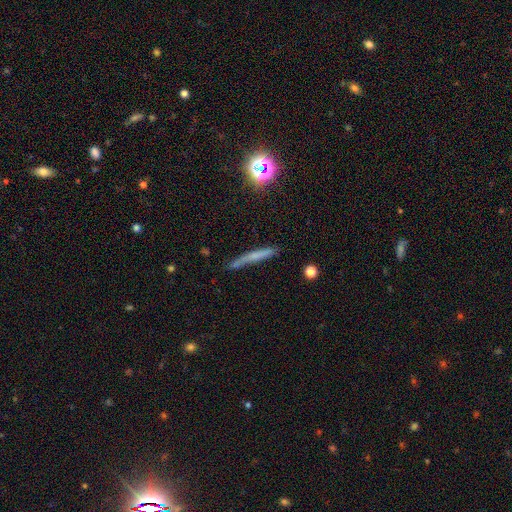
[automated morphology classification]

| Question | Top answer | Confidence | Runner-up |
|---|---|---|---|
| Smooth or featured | smooth | 51% | featured or disk (36%) |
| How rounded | cigar-shaped | 91% | in between (5%) |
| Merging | none | 72% | minor disturbance (19%) |